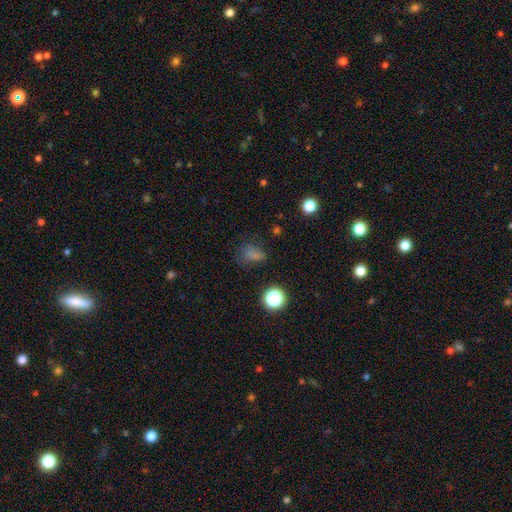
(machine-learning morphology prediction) A smooth galaxy with no disk features (56%) that is in between round and cigar-shaped (61%). Merging: none (70%).